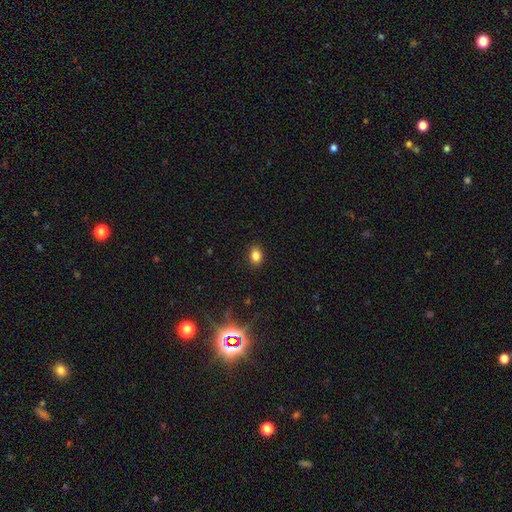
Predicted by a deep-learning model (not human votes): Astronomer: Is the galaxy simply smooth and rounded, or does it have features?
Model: smooth — 83%.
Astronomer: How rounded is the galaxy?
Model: in between — 68%.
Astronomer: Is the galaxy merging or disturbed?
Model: none — 89%.